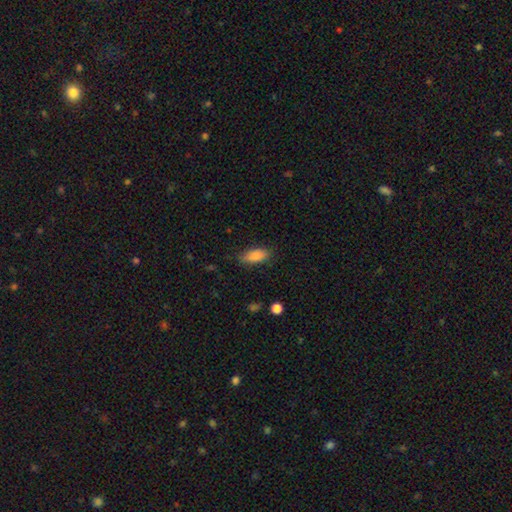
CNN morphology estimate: Q: Smooth or featured?
A: smooth (86%); runner-up: featured or disk (7%)
Q: How rounded?
A: in between (81%); runner-up: cigar-shaped (17%)
Q: Merging?
A: none (80%); runner-up: minor disturbance (15%)